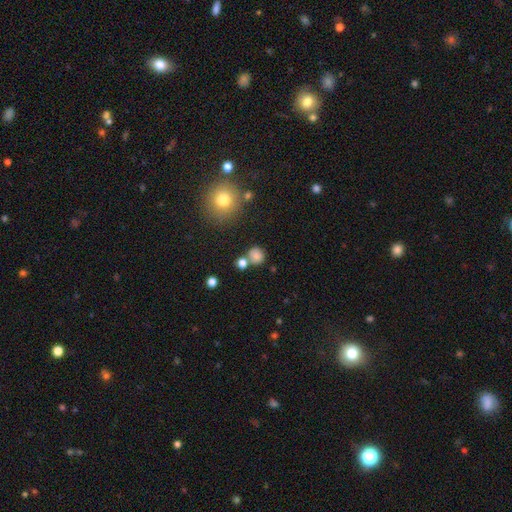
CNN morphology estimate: A smooth galaxy with no disk features (78%) that is round (87%). Merging: none (67%).